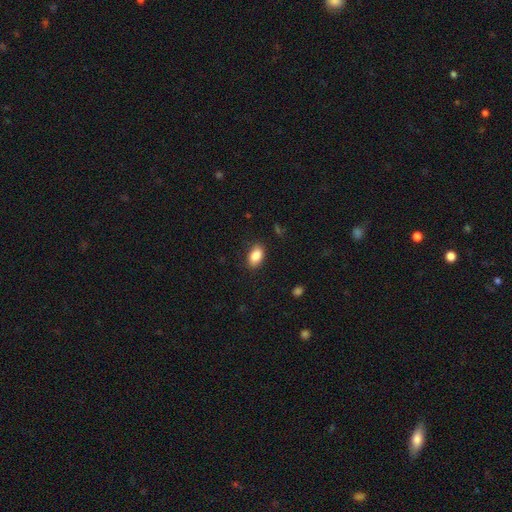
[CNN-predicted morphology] A smooth galaxy with no disk features (87%) that is in between round and cigar-shaped (91%). Merging: none (84%).